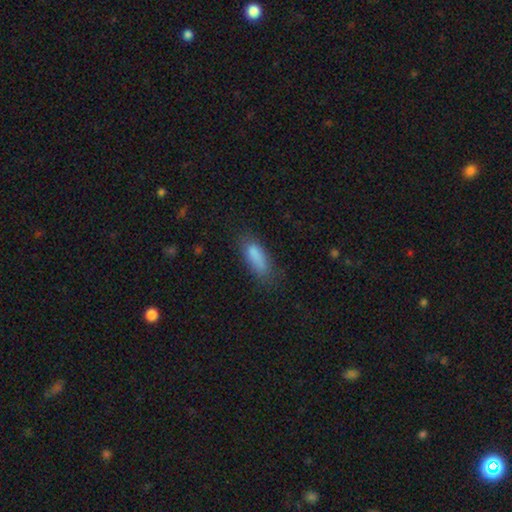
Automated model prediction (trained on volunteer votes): smooth 82%, star or artifact 9%, featured or disk 9%. Down the decision tree: how rounded — in between (72%); merging — none (63%).